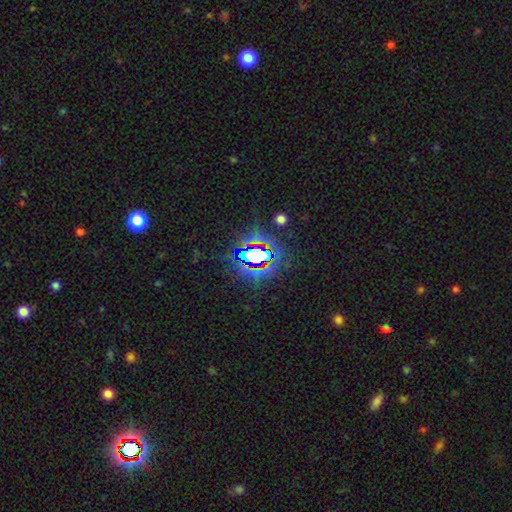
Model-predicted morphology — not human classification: smooth_or_featured: star or artifact (p=0.73) [alt: smooth p=0.15]